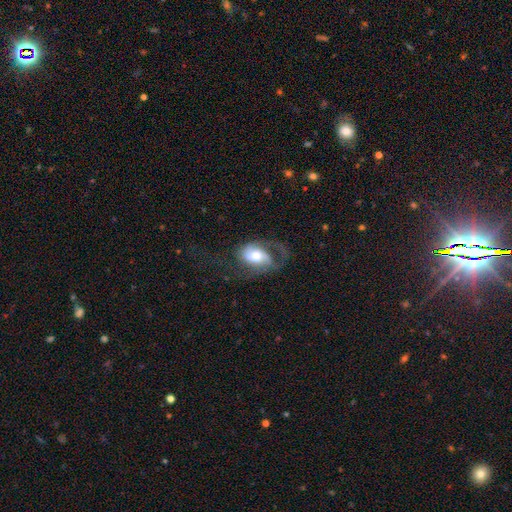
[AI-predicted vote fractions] Smooth or featured? Predicted: featured or disk (p=0.63). Edge-on disk? Predicted: no (p=0.96). Bar? Predicted: no (p=0.53). Spiral arms? Predicted: yes (p=0.85). Spiral winding? Predicted: loose (p=0.43). Spiral arm count? Predicted: 2 (p=0.56). Bulge size? Predicted: moderate (p=0.57). Merging? Predicted: none (p=0.40).